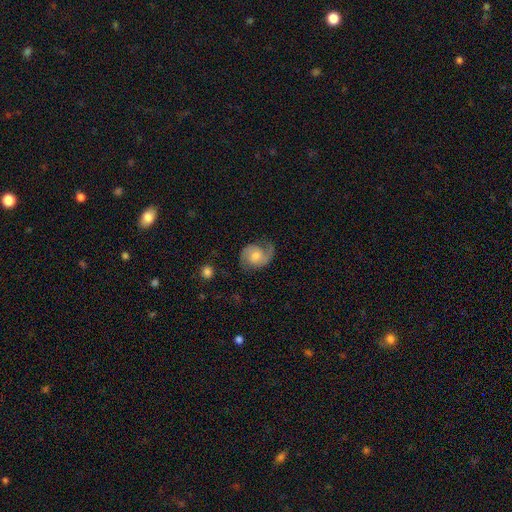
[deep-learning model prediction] Smooth or featured? Predicted: featured or disk (p=0.77). Edge-on disk? Predicted: no (p=0.98). Bar? Predicted: no (p=0.59). Spiral arms? Predicted: yes (p=0.95). Spiral winding? Predicted: medium (p=0.48). Spiral arm count? Predicted: 2 (p=0.78). Bulge size? Predicted: moderate (p=0.60). Merging? Predicted: none (p=0.69).